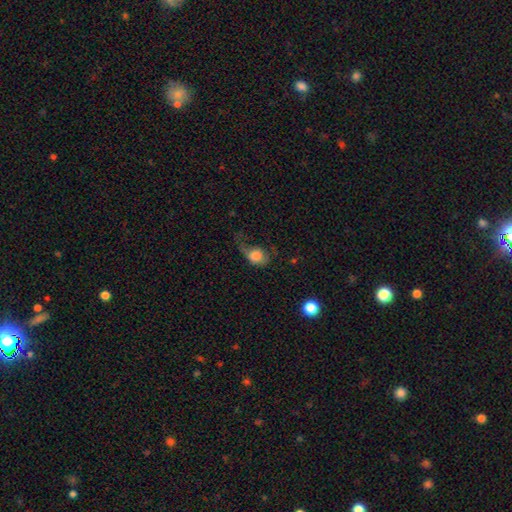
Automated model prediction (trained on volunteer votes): A smooth galaxy with no disk features (74%) that is in between round and cigar-shaped (53%). Merging: major disturbance (51%).